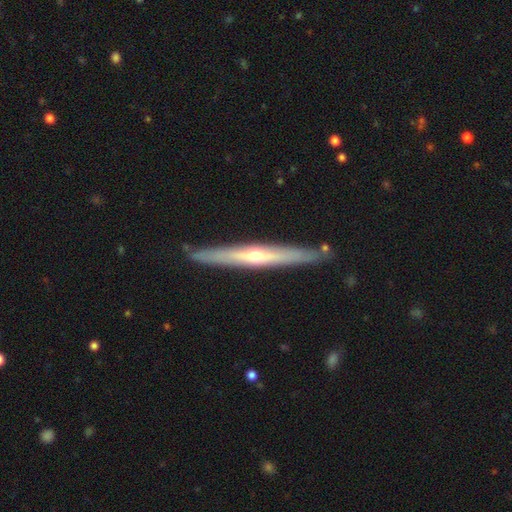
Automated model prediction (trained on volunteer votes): Q: Smooth or featured?
A: featured or disk (72%); runner-up: smooth (22%)
Q: Edge-on disk?
A: yes (95%); runner-up: no (5%)
Q: Edge-on bulge?
A: rounded (80%); runner-up: none (18%)
Q: Merging?
A: none (88%); runner-up: minor disturbance (9%)